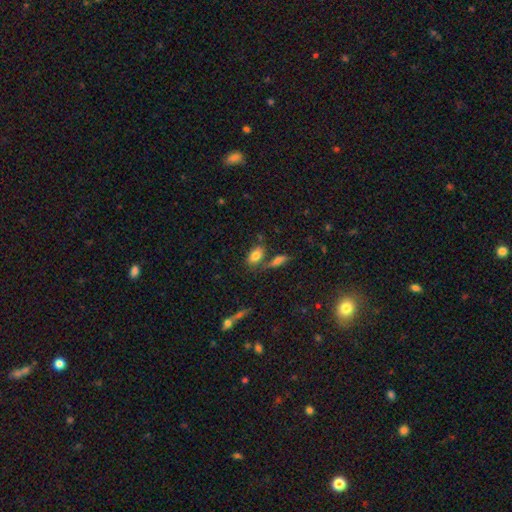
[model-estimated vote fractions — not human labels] smooth_or_featured: smooth (p=0.79) [alt: featured or disk p=0.12]
how_rounded: in between (p=0.88) [alt: round p=0.08]
merging: none (p=0.60) [alt: merger p=0.23]